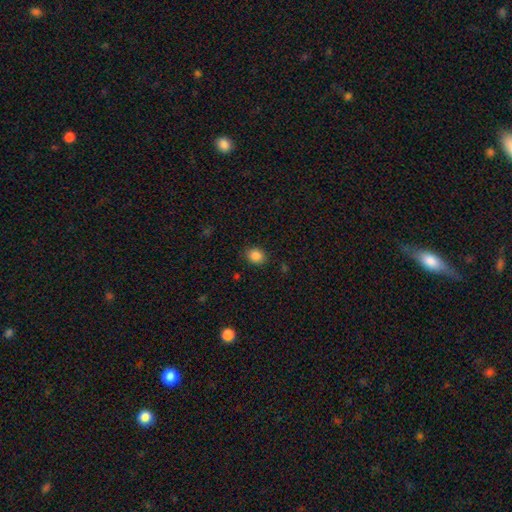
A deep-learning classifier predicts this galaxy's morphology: Smooth or featured?
  - smooth: 86% *
  - star or artifact: 10%
  - featured or disk: 4%
How rounded?
  - round: 63% *
  - in between: 36%
  - cigar-shaped: 1%
Merging?
  - none: 86% *
  - minor disturbance: 10%
  - major disturbance: 3%
  - merger: 1%